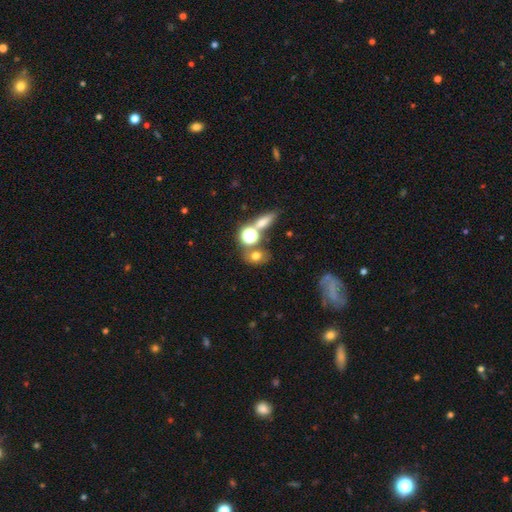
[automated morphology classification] This appears to be a smooth galaxy with no disk features (64%) that is in between round and cigar-shaped (49%). Merging: none (61%).